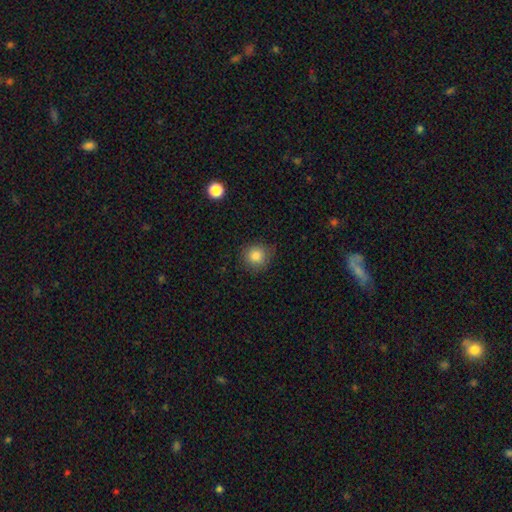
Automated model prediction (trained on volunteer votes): This appears to be a smooth galaxy with no disk features (85%) that is round (89%). Merging: none (80%).